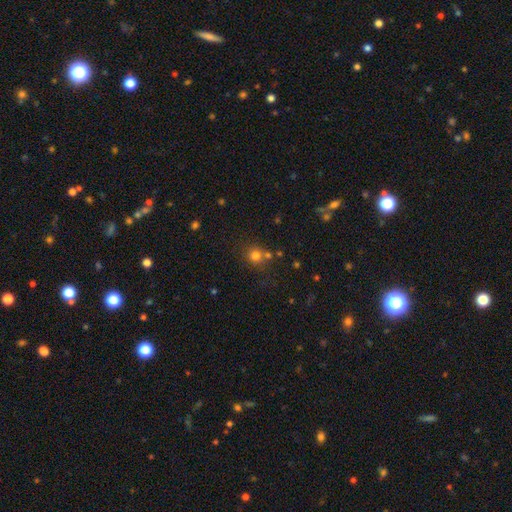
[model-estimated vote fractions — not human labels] Smooth or featured? smooth (76%)
How rounded? round (86%)
Merging? none (68%)